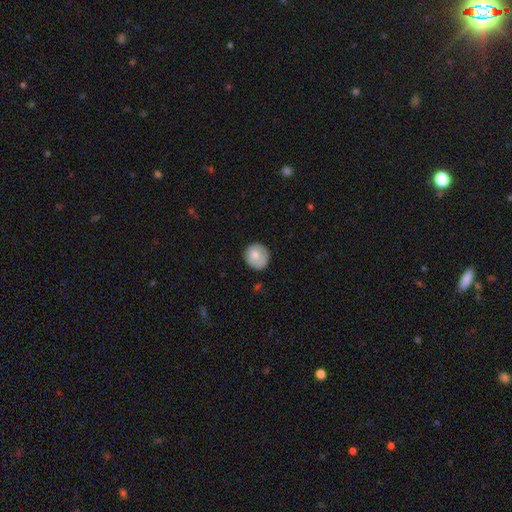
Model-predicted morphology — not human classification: Overall: smooth (77%). How rounded: round (86%). Merging: none (76%).